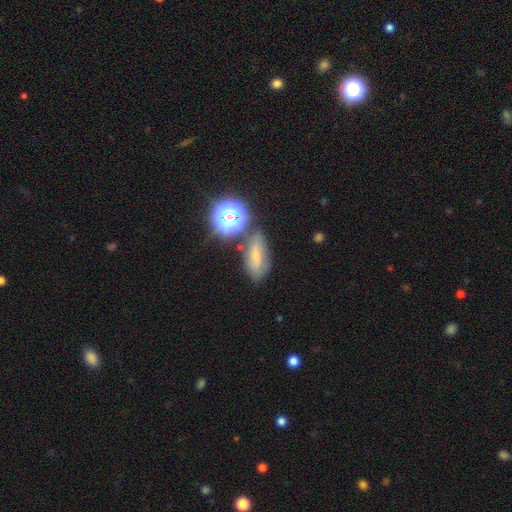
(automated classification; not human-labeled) Smooth or featured? smooth (52%)
How rounded? in between (69%)
Merging? none (63%)